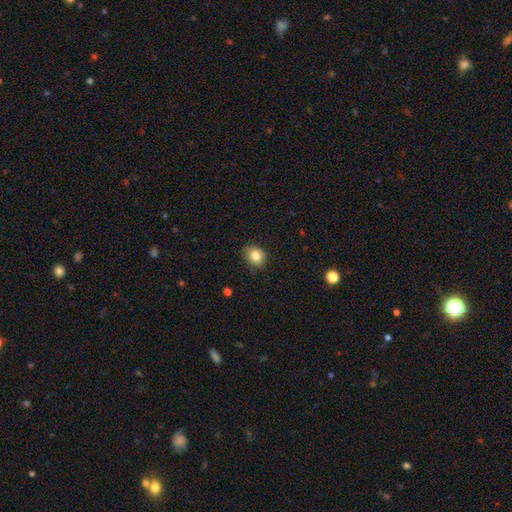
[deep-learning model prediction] smooth-or-featured: smooth: 83% | star or artifact: 11% | featured or disk: 7%
  how-rounded: round: 65% | in between: 34% | cigar-shaped: 1%
  merging: none: 80% | minor disturbance: 16% | major disturbance: 3% | merger: 1%